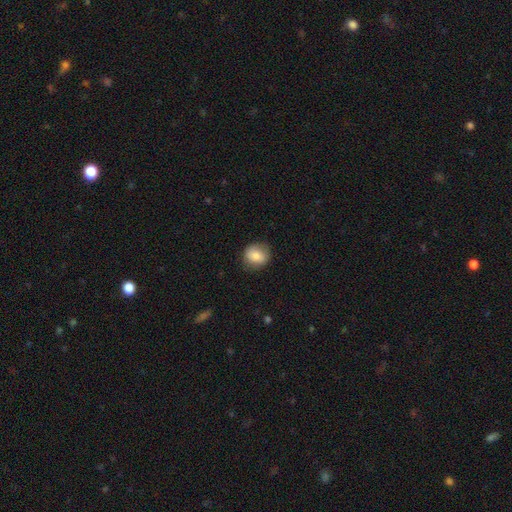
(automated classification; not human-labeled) Smooth or featured? Predicted: smooth (p=0.80). How rounded? Predicted: round (p=0.75). Merging? Predicted: none (p=0.81).